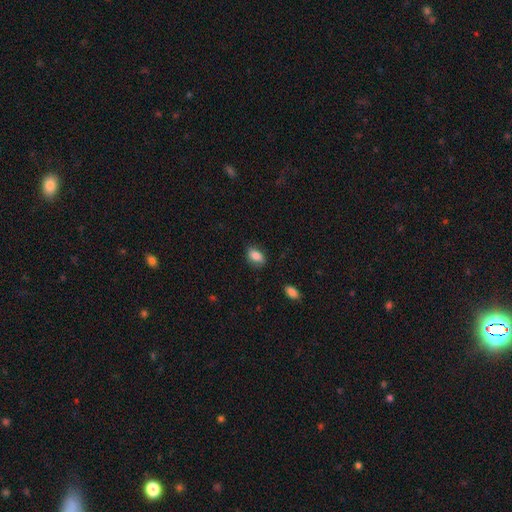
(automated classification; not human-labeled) Morphology: type=smooth (85%); roundness=in between (84%); merging=none (80%).